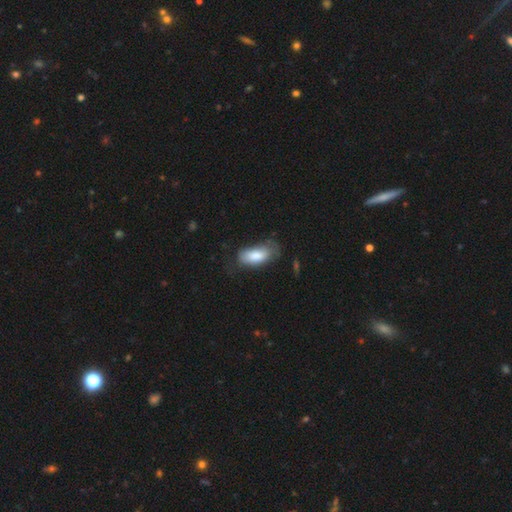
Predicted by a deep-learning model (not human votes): Morphology: type=smooth (79%); roundness=in between (89%); merging=none (46%).